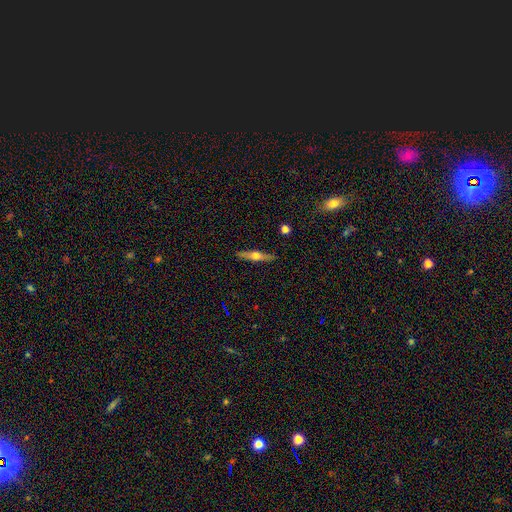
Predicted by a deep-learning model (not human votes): Overall: featured or disk (62%; smooth 32%). Edge-on disk: yes (95%). Edge-on bulge: rounded (94%). Merging: none (89%).